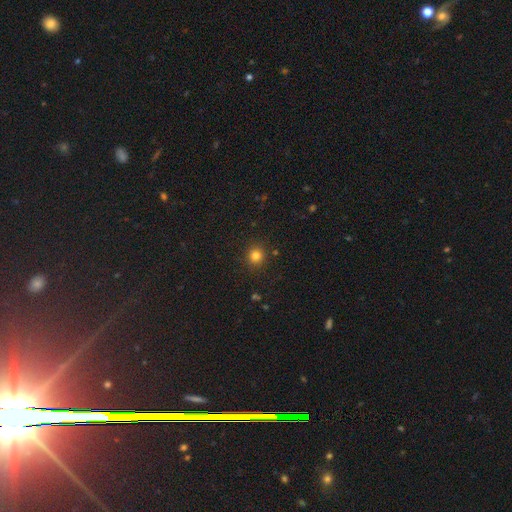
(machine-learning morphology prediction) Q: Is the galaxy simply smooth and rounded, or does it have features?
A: smooth — 81%.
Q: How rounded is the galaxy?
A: round — 91%.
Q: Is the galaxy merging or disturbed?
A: none — 89%.